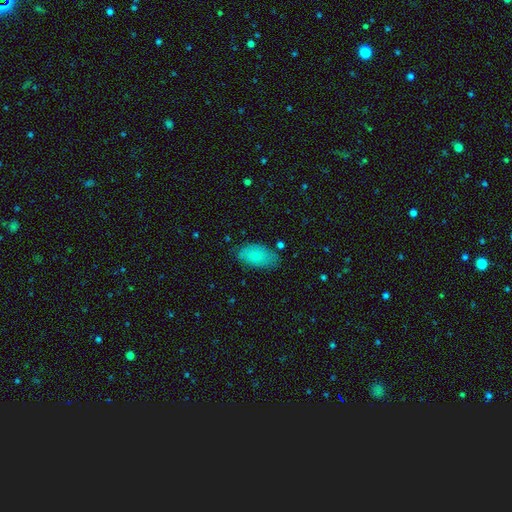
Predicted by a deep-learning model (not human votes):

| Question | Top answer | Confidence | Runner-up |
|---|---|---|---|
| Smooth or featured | smooth | 80% | featured or disk (14%) |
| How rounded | in between | 94% | round (4%) |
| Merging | none | 73% | minor disturbance (20%) |